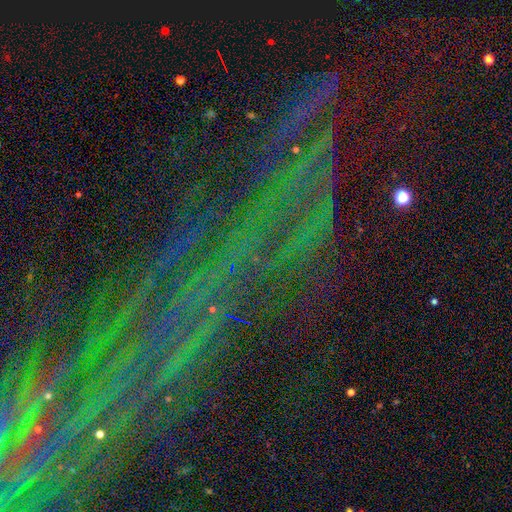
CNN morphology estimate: The model was most divided on "smooth or featured": star or artifact: 83%, featured or disk: 10%, smooth: 8%.